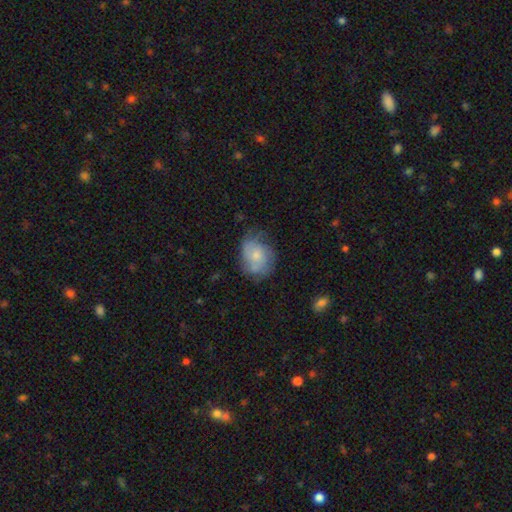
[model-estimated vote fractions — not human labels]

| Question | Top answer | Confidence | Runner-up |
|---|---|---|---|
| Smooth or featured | smooth | 52% | featured or disk (40%) |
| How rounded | in between | 58% | round (41%) |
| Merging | none | 52% | minor disturbance (31%) |